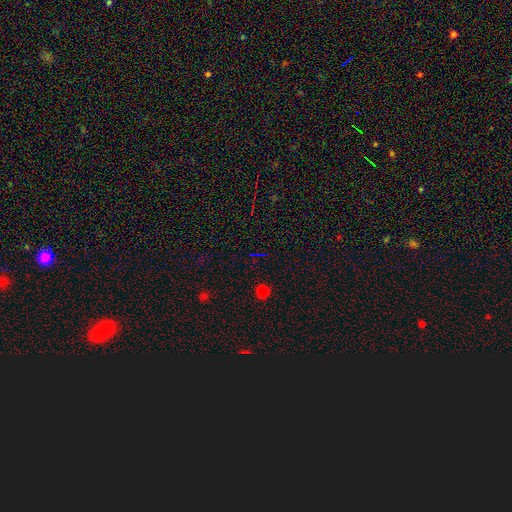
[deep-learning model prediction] star or artifact 60%, smooth 32%, featured or disk 7%.